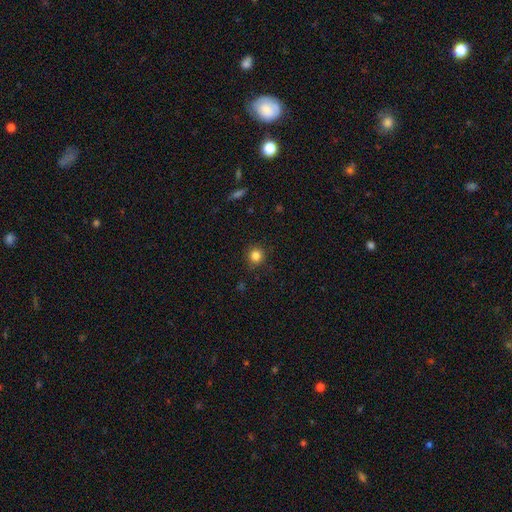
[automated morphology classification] smooth 83%, star or artifact 12%, featured or disk 4%. Down the decision tree: how rounded — round (93%); merging — none (89%).